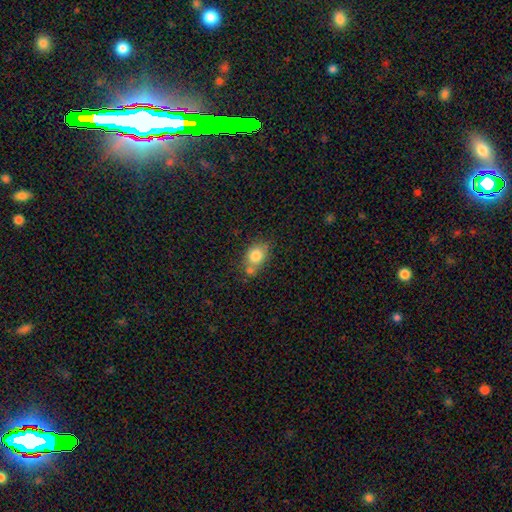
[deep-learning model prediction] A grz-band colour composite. It shows a smooth galaxy with no disk features (80%) that is in between round and cigar-shaped (55%). Merging: none (51%).